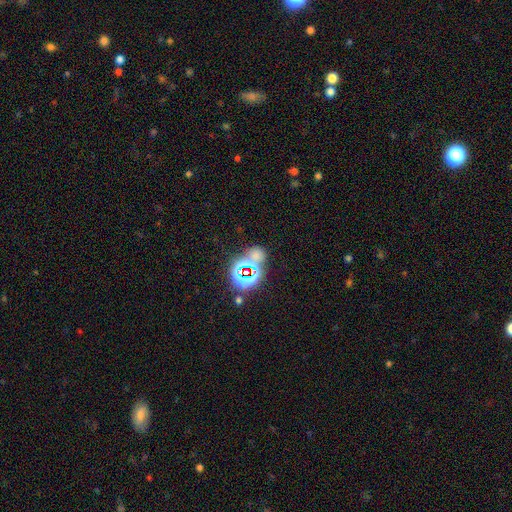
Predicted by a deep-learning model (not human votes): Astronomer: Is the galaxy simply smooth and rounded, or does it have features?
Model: star or artifact — 53% (runner-up: smooth, 38%).